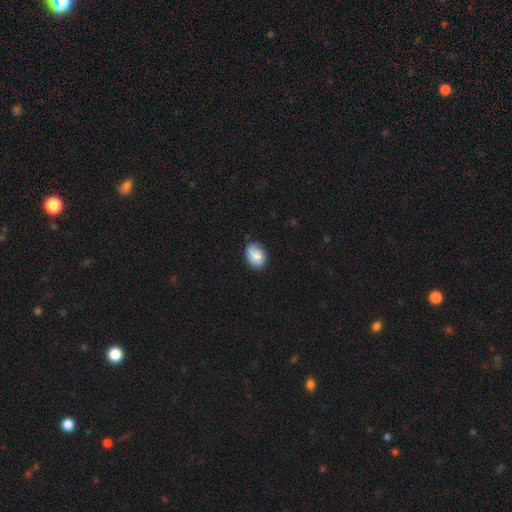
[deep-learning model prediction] This is clearly a smooth galaxy (85%). How rounded: likely in between (72%). Merging: likely none (75%).